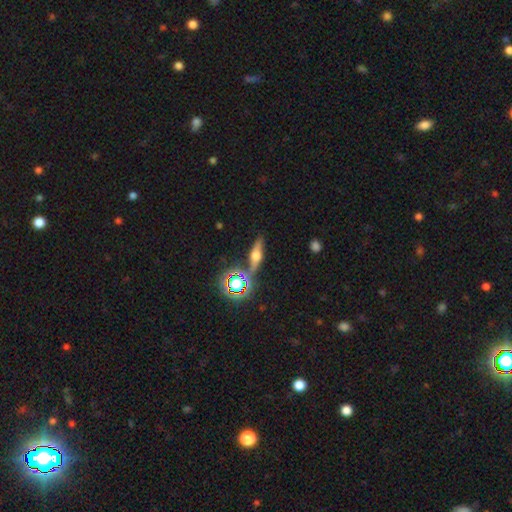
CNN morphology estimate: featured or disk 52%, smooth 30%, star or artifact 18%. Down the decision tree: edge-on disk — yes (84%); merging — none (73%).